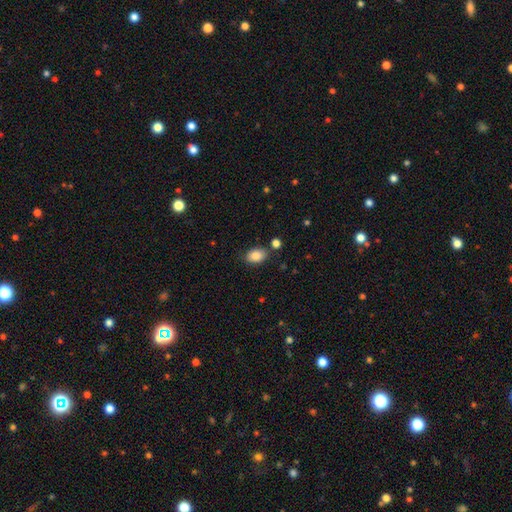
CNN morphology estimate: Q: Smooth or featured?
A: smooth (86%); runner-up: star or artifact (8%)
Q: How rounded?
A: in between (82%); runner-up: round (17%)
Q: Merging?
A: none (80%); runner-up: minor disturbance (12%)